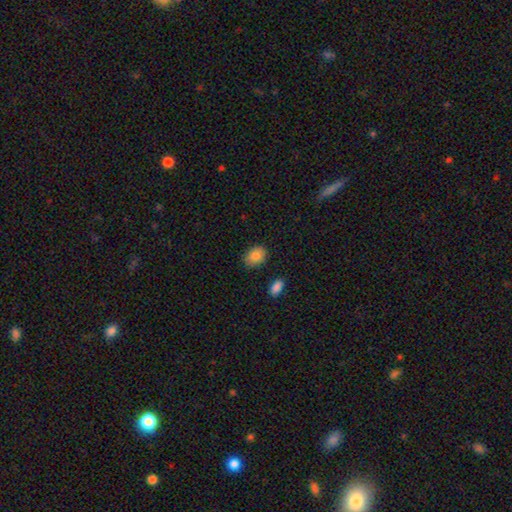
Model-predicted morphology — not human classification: Smooth or featured: smooth — 86% (star or artifact — 8%)
How rounded: in between — 66% (round — 33%)
Merging: none — 82% (minor disturbance — 13%)